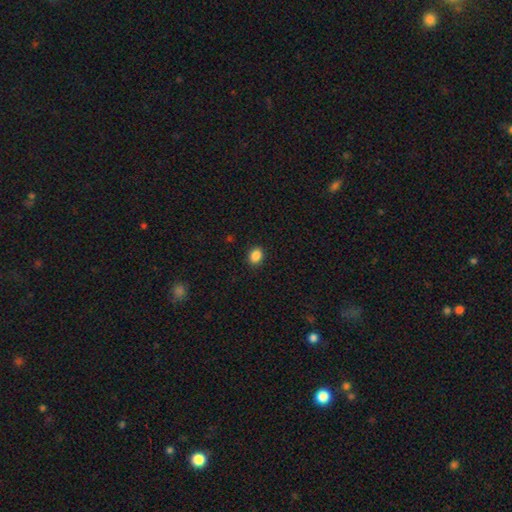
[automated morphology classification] Overall: smooth (87%). How rounded: round (57%; in between 42%). Merging: none (90%).